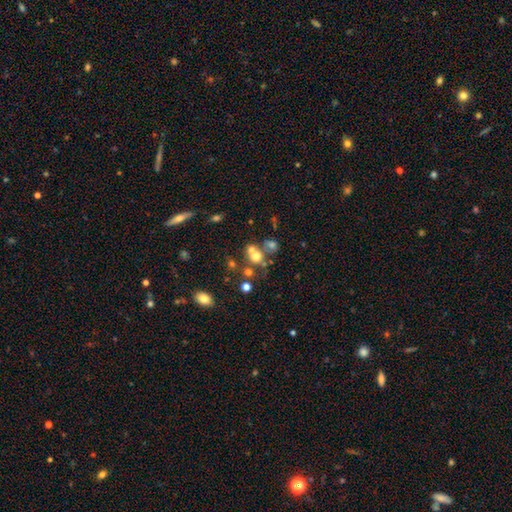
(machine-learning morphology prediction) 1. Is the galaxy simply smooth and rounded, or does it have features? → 64% smooth, 19% featured or disk, 17% star or artifact.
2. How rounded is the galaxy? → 78% round, 21% in between, 1% cigar-shaped.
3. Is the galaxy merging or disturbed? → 44% merger, 41% none, 9% minor disturbance, 6% major disturbance.